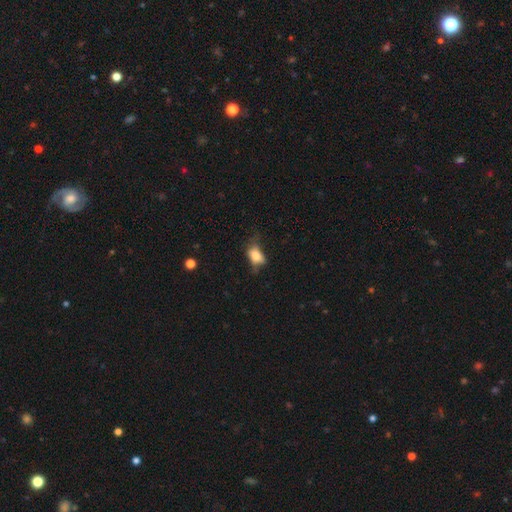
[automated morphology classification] This is likely a smooth galaxy (75%). How rounded: clearly in between (83%). Merging: marginally none (38%).